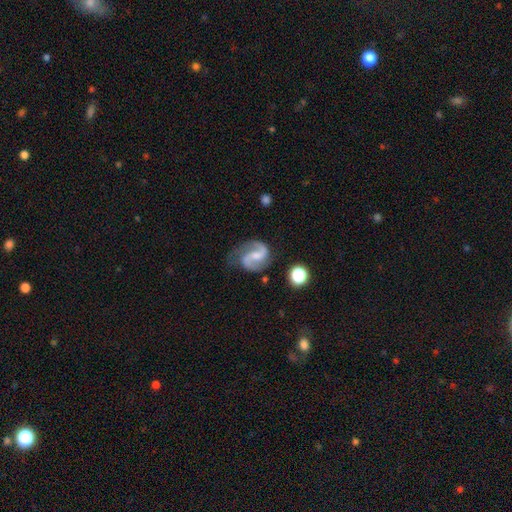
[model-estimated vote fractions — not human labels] This appears to be a featured or disk galaxy (88%) with a weak bar (47%), 2 (92%) medium (53%) spiral arms (98%) and a small central bulge (44%). Merging: none (72%).